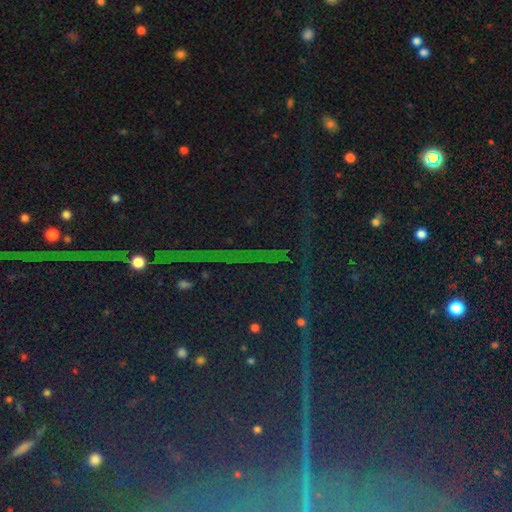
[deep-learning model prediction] Smooth or featured? star or artifact (86%)